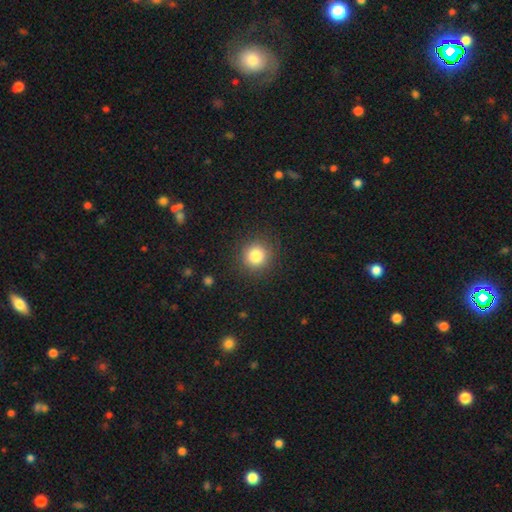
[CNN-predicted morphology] smooth-or-featured: smooth: 83% | star or artifact: 11% | featured or disk: 6%
  how-rounded: round: 92% | in between: 7% | cigar-shaped: 1%
  merging: none: 89% | minor disturbance: 7% | major disturbance: 3% | merger: 1%